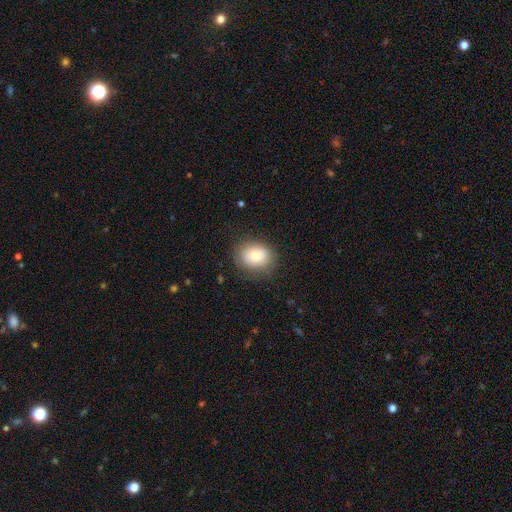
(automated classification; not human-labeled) A smooth galaxy with no disk features (79%) that is round (51%). Merging: none (78%).